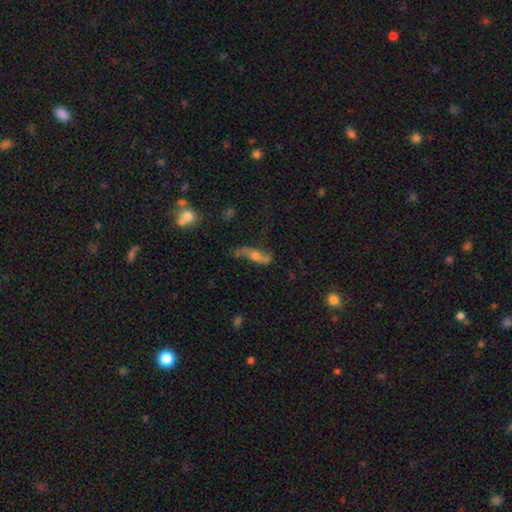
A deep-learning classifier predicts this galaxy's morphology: The model was most divided on "merging": none: 59%, minor disturbance: 20%, major disturbance: 15%, merger: 5%. More confident: smooth or featured — featured or disk (70%); edge-on disk — no (70%).